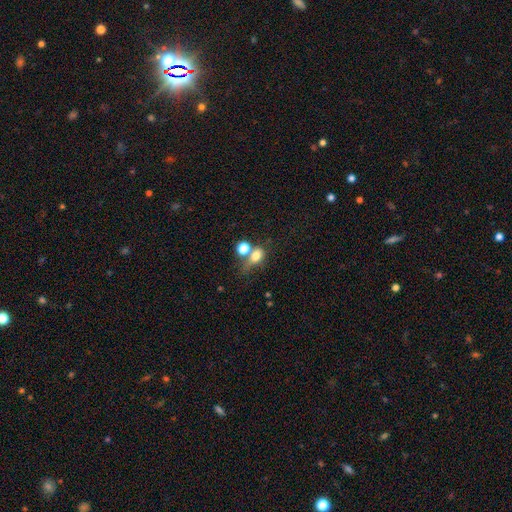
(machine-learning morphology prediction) A smooth galaxy with no disk features (74%) that is in between round and cigar-shaped (61%). Merging: merger (41%).